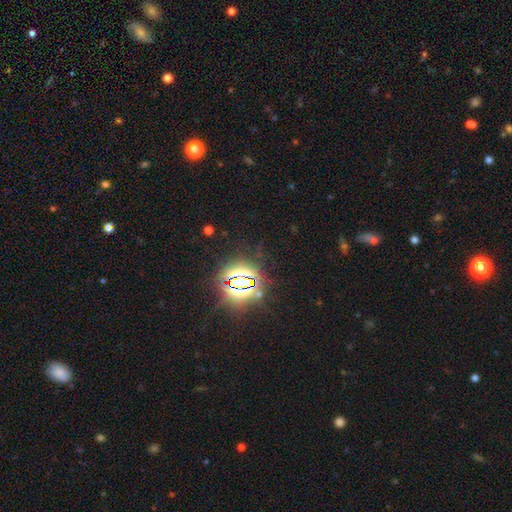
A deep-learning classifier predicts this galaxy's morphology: smooth-or-featured: star or artifact: 82% | smooth: 11% | featured or disk: 6%